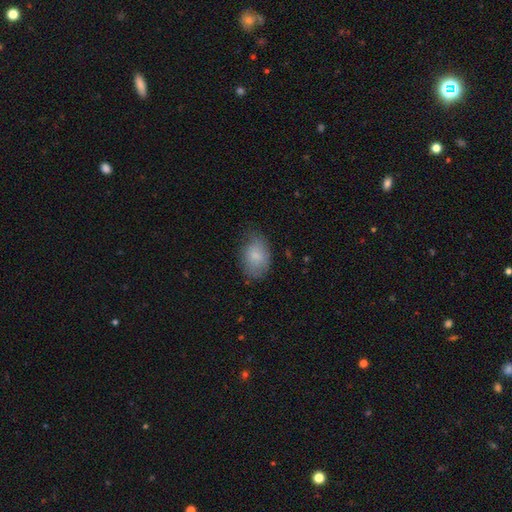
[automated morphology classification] A smooth galaxy with no disk features (79%) that is in between round and cigar-shaped (85%). Merging: none (65%).